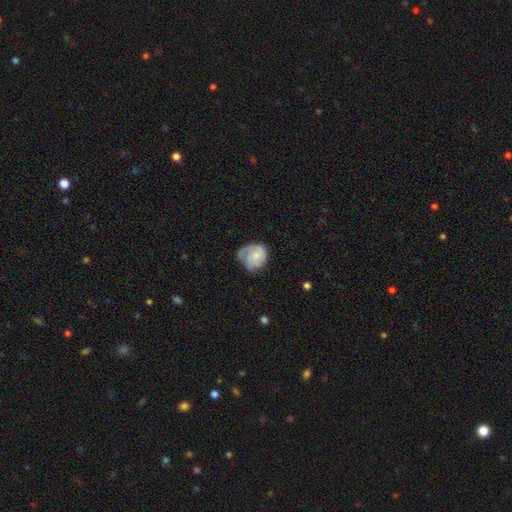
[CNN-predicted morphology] Q: Smooth or featured?
A: featured or disk (58%); runner-up: smooth (36%)
Q: Edge-on disk?
A: no (98%); runner-up: yes (2%)
Q: Bar?
A: no (78%); runner-up: weak (19%)
Q: Spiral arms?
A: yes (82%); runner-up: no (18%)
Q: Bulge size?
A: small (58%); runner-up: moderate (32%)
Q: Merging?
A: none (41%); runner-up: minor disturbance (32%)